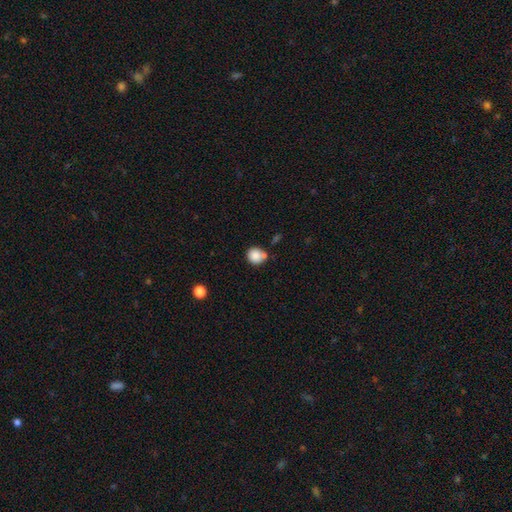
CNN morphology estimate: smooth_or_featured: smooth (p=0.86) [alt: star or artifact p=0.09]
how_rounded: round (p=0.87) [alt: in between p=0.12]
merging: none (p=0.63) [alt: minor disturbance p=0.17]